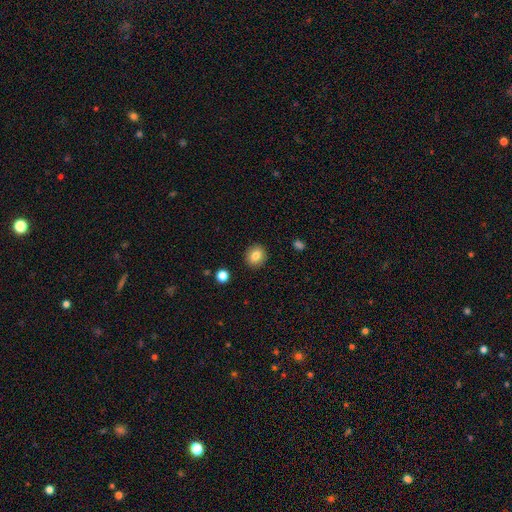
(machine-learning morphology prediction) This is clearly a smooth galaxy (83%). How rounded: likely round (75%). Merging: clearly none (91%).